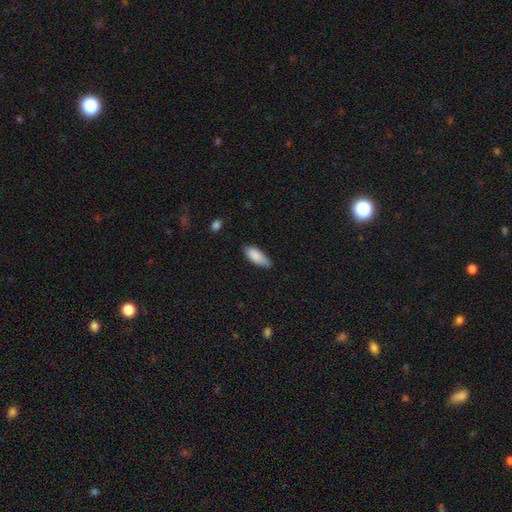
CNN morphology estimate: smooth 87%, featured or disk 6%, star or artifact 6%. Down the decision tree: how rounded — in between (79%); merging — none (69%).